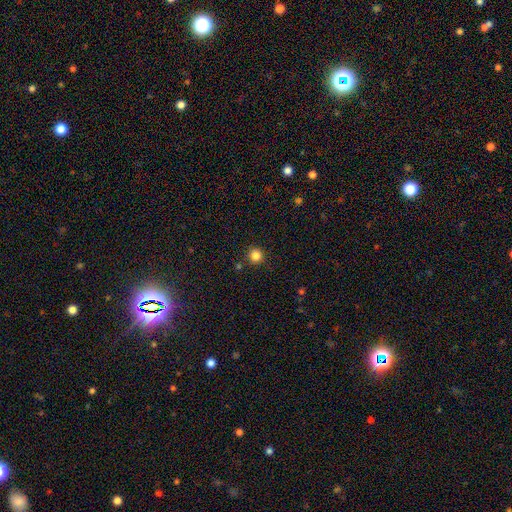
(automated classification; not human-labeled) Overall: smooth (84%). How rounded: round (95%). Merging: none (89%).